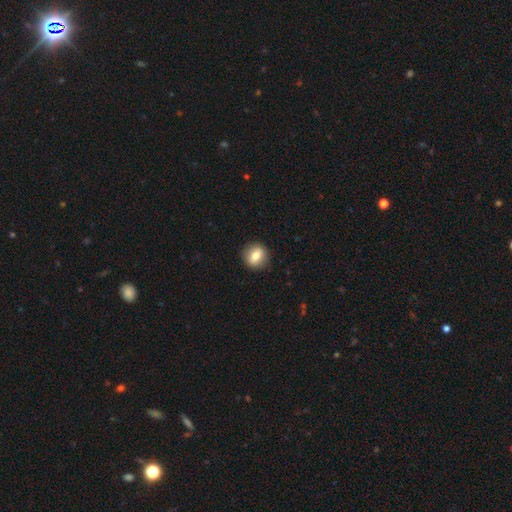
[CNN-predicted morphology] smooth_or_featured: smooth (p=0.69) [alt: featured or disk p=0.23]
how_rounded: round (p=0.79) [alt: in between p=0.20]
merging: none (p=0.90) [alt: minor disturbance p=0.07]